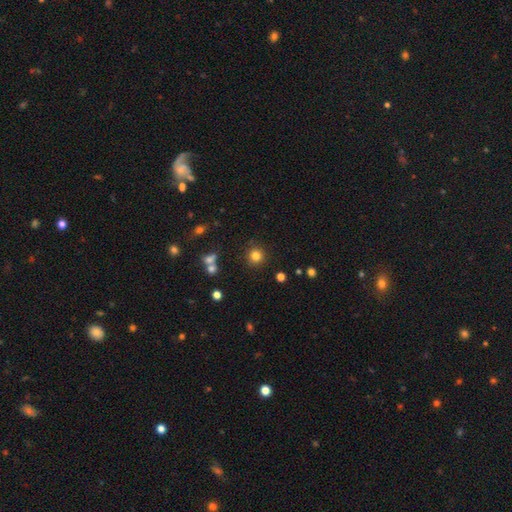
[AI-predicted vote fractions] Overall: smooth (81%). How rounded: round (93%). Merging: none (88%).